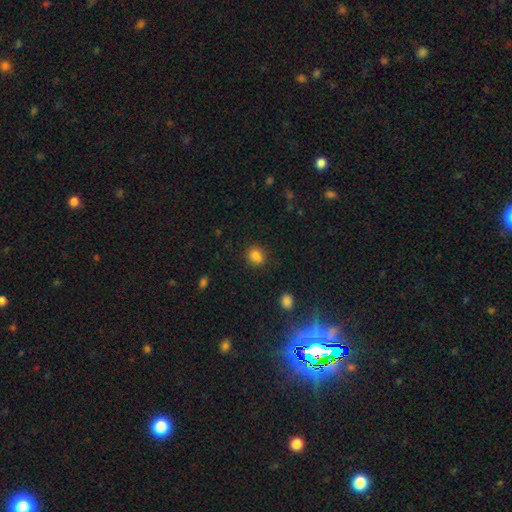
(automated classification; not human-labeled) smooth_or_featured: smooth (p=0.84) [alt: star or artifact p=0.12]
how_rounded: round (p=0.67) [alt: in between p=0.32]
merging: none (p=0.81) [alt: minor disturbance p=0.13]